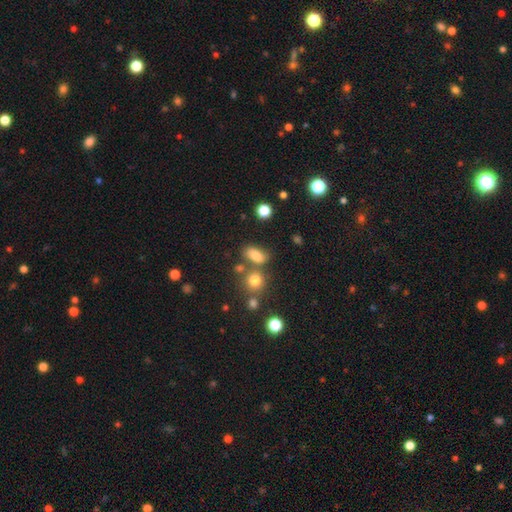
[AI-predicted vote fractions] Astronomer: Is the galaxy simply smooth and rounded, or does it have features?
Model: smooth — 76%.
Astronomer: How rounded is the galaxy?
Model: in between — 81%.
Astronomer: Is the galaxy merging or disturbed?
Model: none — 61%.